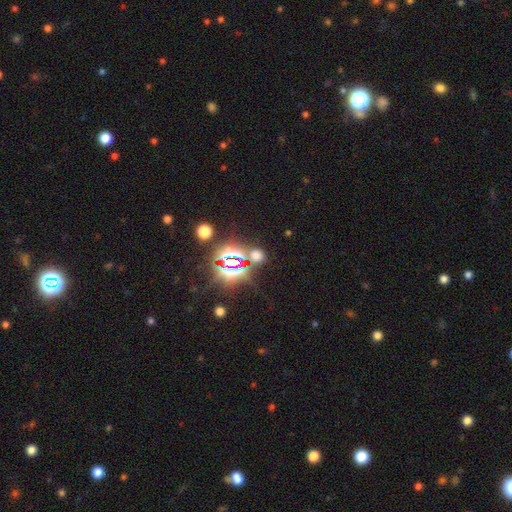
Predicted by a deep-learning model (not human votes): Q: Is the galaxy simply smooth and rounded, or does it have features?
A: star or artifact — 57%.